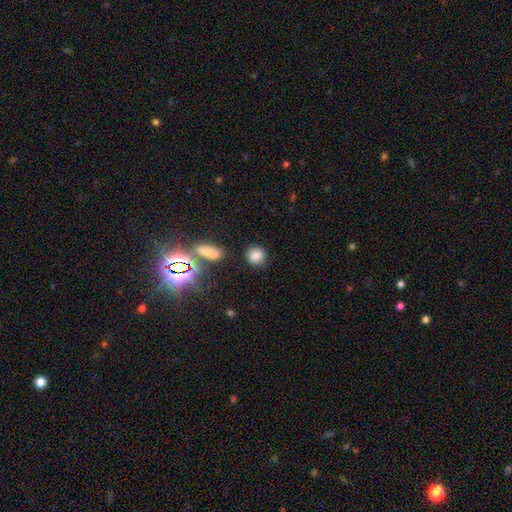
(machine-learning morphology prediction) Smooth or featured: smooth — 79% (star or artifact — 14%)
How rounded: round — 83% (in between — 15%)
Merging: none — 81% (minor disturbance — 10%)